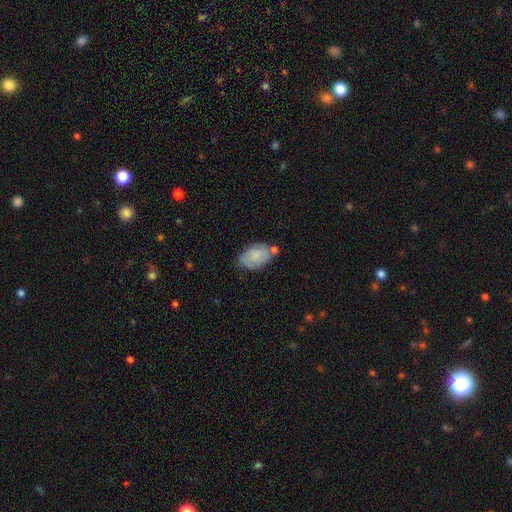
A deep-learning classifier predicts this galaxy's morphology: A smooth galaxy with no disk features (70%) that is in between round and cigar-shaped (91%).

Vote fractions:
- Smooth or featured? smooth: 70% / featured or disk: 23% / star or artifact: 7%
- How rounded? in between: 91% / round: 7% / cigar-shaped: 2%
- Merging? none: 57% / minor disturbance: 24% / merger: 12% / major disturbance: 6%